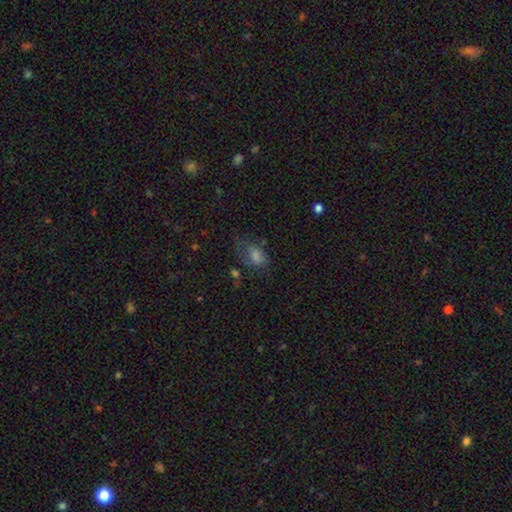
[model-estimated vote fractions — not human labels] Morphology: type=smooth (61%); roundness=in between (81%); merging=none (46%).